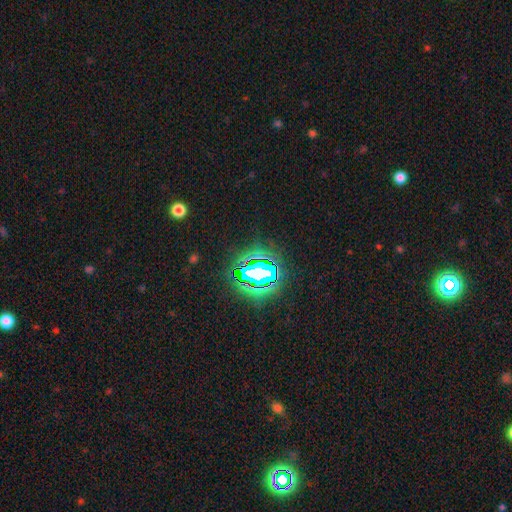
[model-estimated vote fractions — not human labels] A star or artifact, not a galaxy (84%).

Vote fractions:
- Smooth or featured? star or artifact: 84% / smooth: 11% / featured or disk: 6%